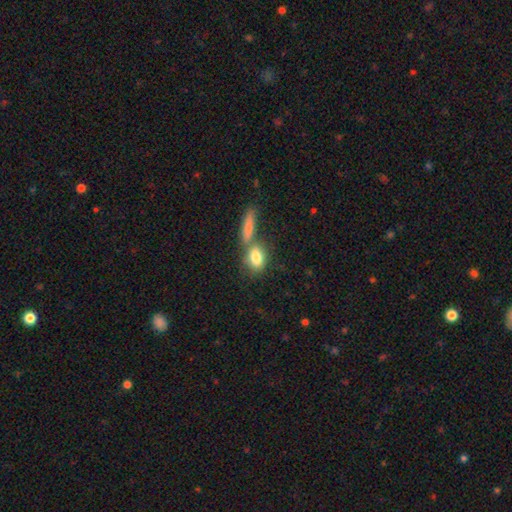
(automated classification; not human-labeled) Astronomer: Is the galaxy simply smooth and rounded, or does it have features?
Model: smooth — 81%.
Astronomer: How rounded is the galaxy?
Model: in between — 76%.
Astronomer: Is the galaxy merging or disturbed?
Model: none — 46% (runner-up: merger, 37%).